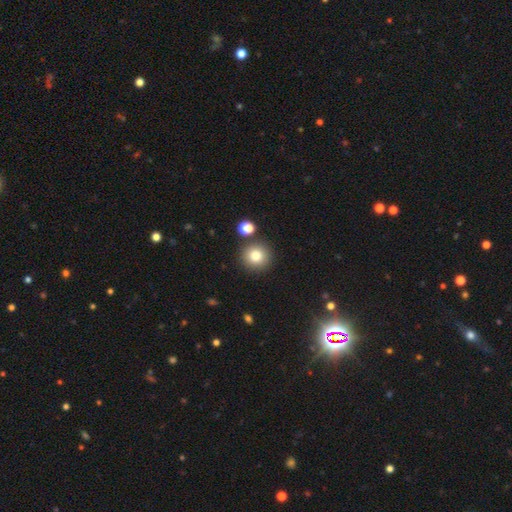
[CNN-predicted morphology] Smooth or featured: smooth — 82% (star or artifact — 11%)
How rounded: round — 92% (in between — 7%)
Merging: none — 83% (minor disturbance — 7%)